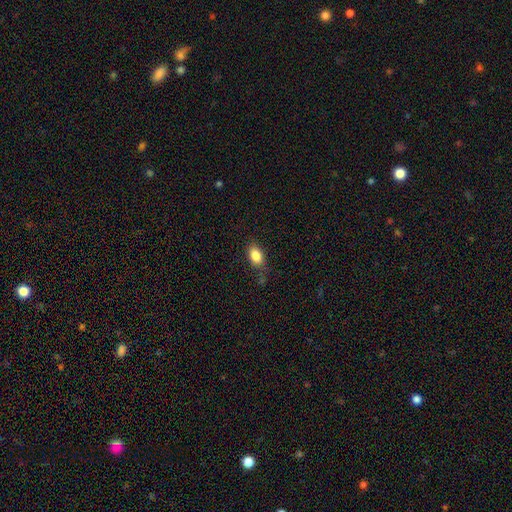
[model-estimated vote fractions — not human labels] This appears to be a smooth galaxy with no disk features (85%) that is in between round and cigar-shaped (85%). Merging: none (77%).